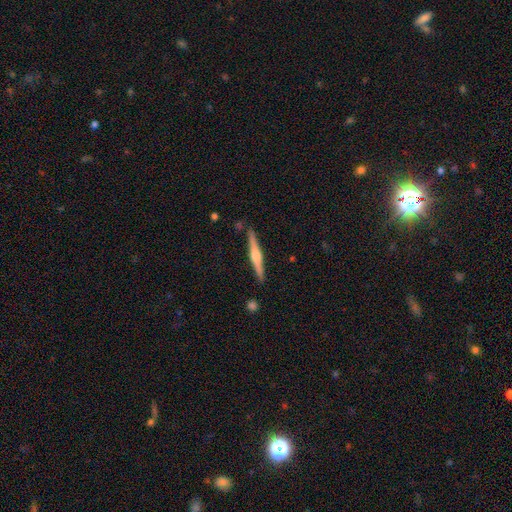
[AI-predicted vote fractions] A featured or disk galaxy (71%) viewed edge-on (98%) with a rounded central bulge (85%). Merging: none (89%).